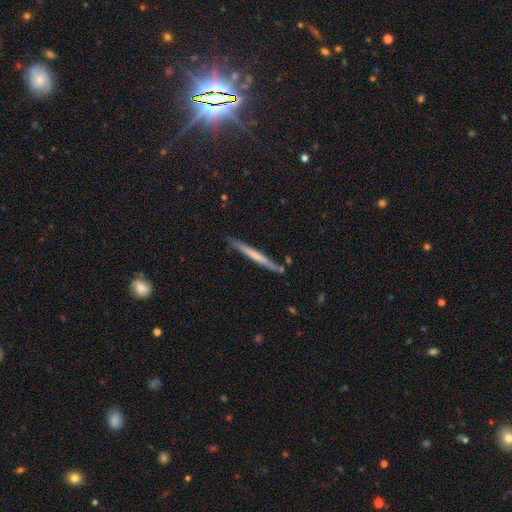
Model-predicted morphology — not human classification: smooth-or-featured: smooth: 48% | featured or disk: 46% | star or artifact: 6%
  merging: none: 84% | minor disturbance: 11% | merger: 3% | major disturbance: 2%